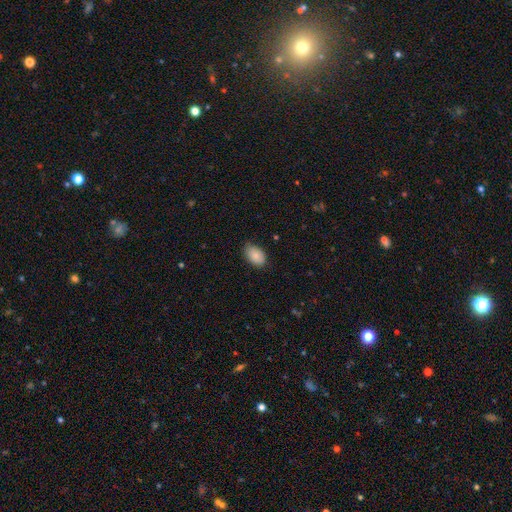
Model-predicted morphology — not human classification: smooth 87%, star or artifact 7%, featured or disk 6%. Down the decision tree: how rounded — in between (89%); merging — none (80%).